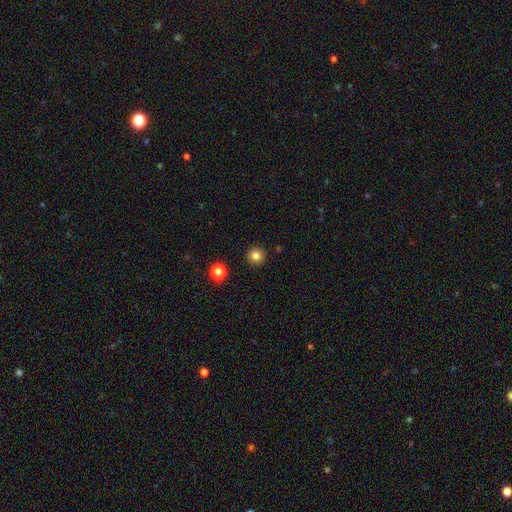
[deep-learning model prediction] smooth_or_featured: smooth (p=0.83) [alt: star or artifact p=0.12]
how_rounded: round (p=0.96) [alt: in between p=0.03]
merging: none (p=0.92) [alt: minor disturbance p=0.05]